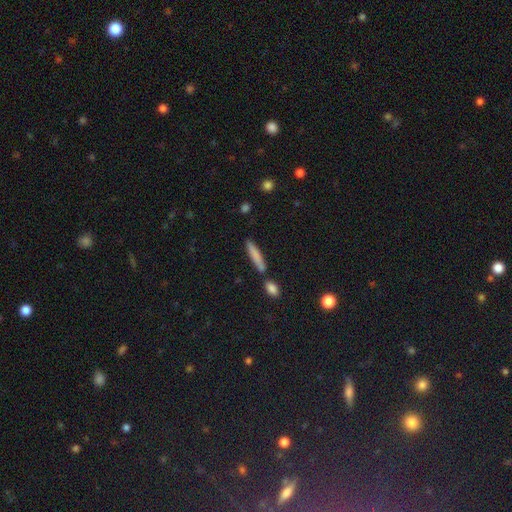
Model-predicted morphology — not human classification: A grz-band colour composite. It shows a smooth galaxy with no disk features (80%) that is cigar-shaped (88%). Merging: none (75%).